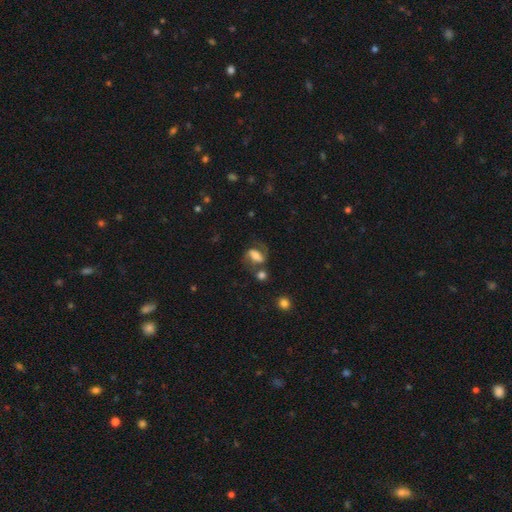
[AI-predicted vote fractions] Q: Smooth or featured?
A: featured or disk (54%); runner-up: smooth (36%)
Q: Edge-on disk?
A: no (94%); runner-up: yes (6%)
Q: Bar?
A: strong (43%); runner-up: weak (33%)
Q: Spiral arms?
A: yes (83%); runner-up: no (17%)
Q: Bulge size?
A: moderate (36%); runner-up: large (27%)
Q: Merging?
A: none (52%); runner-up: minor disturbance (18%)